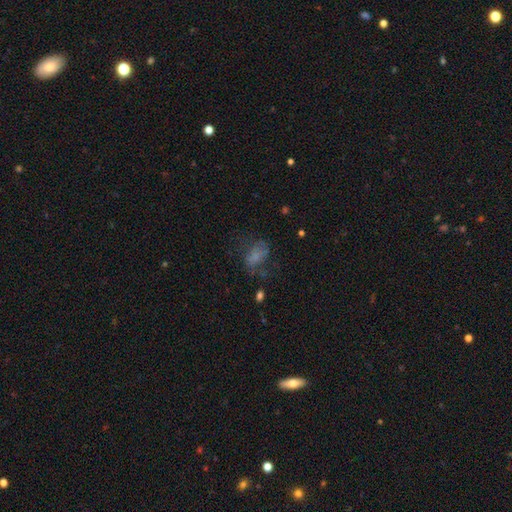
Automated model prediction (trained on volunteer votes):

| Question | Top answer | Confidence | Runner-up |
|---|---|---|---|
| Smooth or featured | smooth | 56% | featured or disk (28%) |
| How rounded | in between | 81% | round (17%) |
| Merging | none | 39% | major disturbance (34%) |